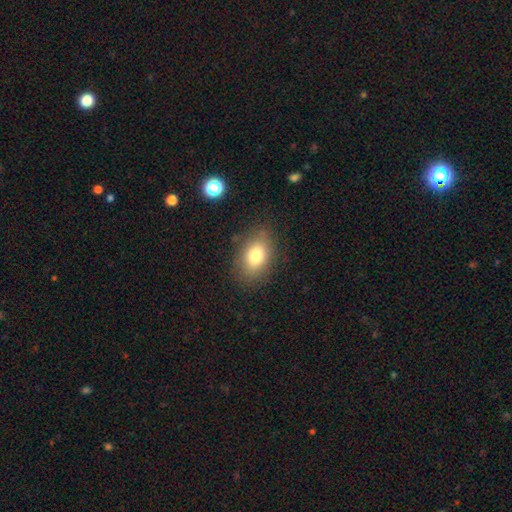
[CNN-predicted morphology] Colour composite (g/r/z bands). It shows a smooth galaxy with no disk features (78%) that is in between round and cigar-shaped (83%). Merging: none (82%).